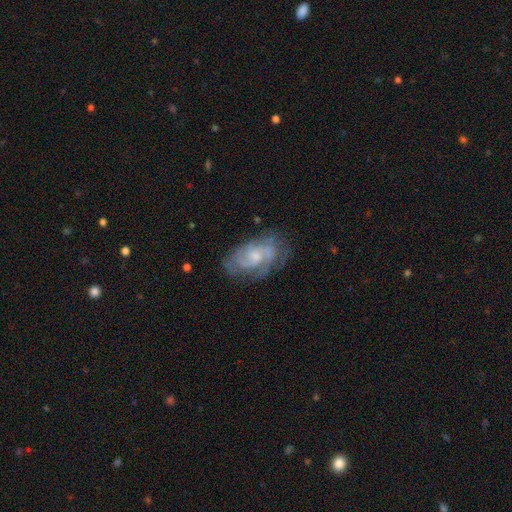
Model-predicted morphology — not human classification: Smooth or featured: featured or disk — 80% (smooth — 14%)
Edge-on disk: no — 96% (yes — 4%)
Bar: no — 62% (weak — 34%)
Spiral arms: yes — 93% (no — 7%)
Spiral winding: tight — 44% (tied with medium — 44%)
Spiral arm count: 2 — 55% (can't tell — 22%)
Bulge size: small — 51% (moderate — 37%)
Merging: none — 68% (minor disturbance — 21%)